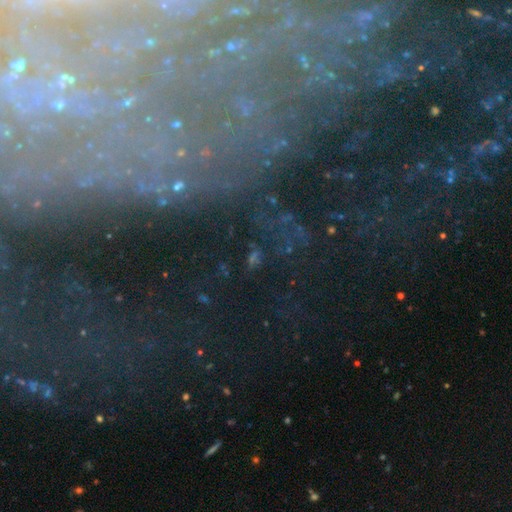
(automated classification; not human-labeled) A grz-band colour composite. It shows a star or artifact, not a galaxy (52%).